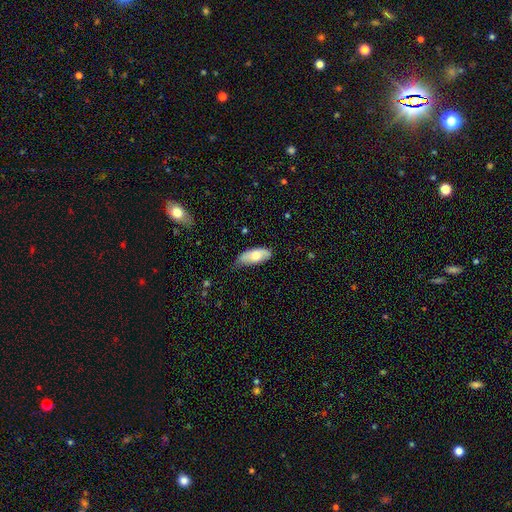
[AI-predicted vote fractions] The model was most divided on "merging": none: 58%, minor disturbance: 34%, major disturbance: 6%, merger: 2%. More confident: how rounded — in between (85%); smooth or featured — smooth (69%).